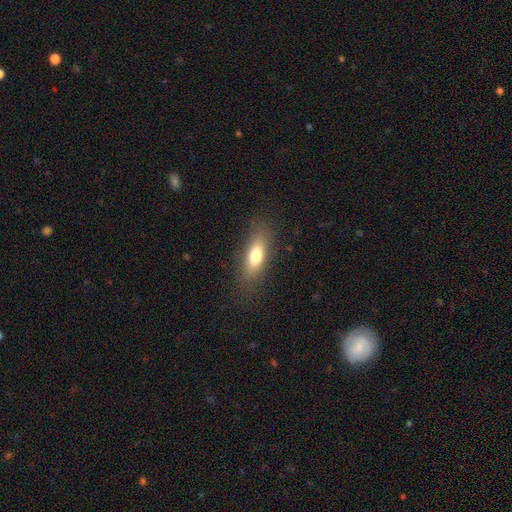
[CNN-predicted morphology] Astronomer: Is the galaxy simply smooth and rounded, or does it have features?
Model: smooth — 73%.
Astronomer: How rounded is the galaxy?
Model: in between — 63%.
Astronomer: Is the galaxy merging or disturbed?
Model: none — 82%.